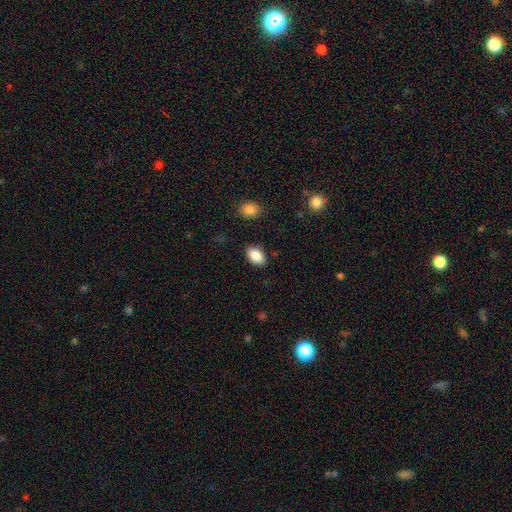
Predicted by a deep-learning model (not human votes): This is clearly a smooth galaxy (87%). How rounded: clearly in between (91%). Merging: clearly none (86%).